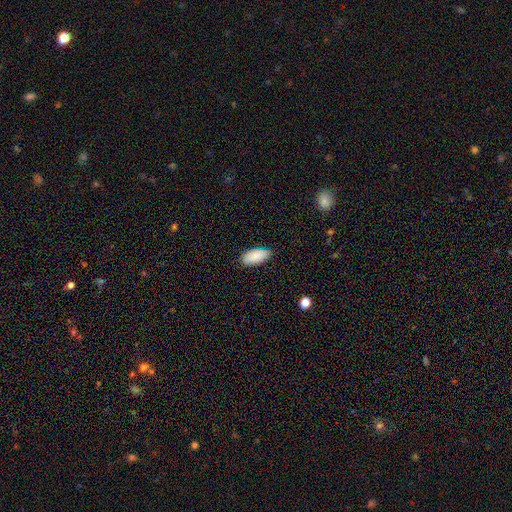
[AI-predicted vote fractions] Smooth or featured: smooth — 87% (star or artifact — 7%)
How rounded: in between — 91% (cigar-shaped — 7%)
Merging: none — 80% (minor disturbance — 16%)